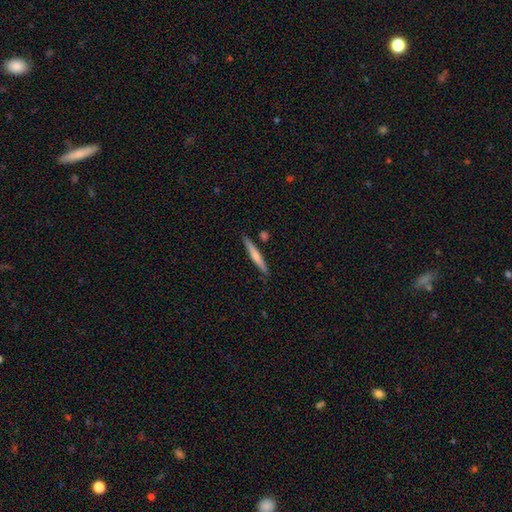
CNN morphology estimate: smooth_or_featured: smooth (p=0.59) [alt: featured or disk p=0.35]
how_rounded: cigar-shaped (p=0.95) [alt: in between p=0.04]
merging: none (p=0.85) [alt: minor disturbance p=0.09]